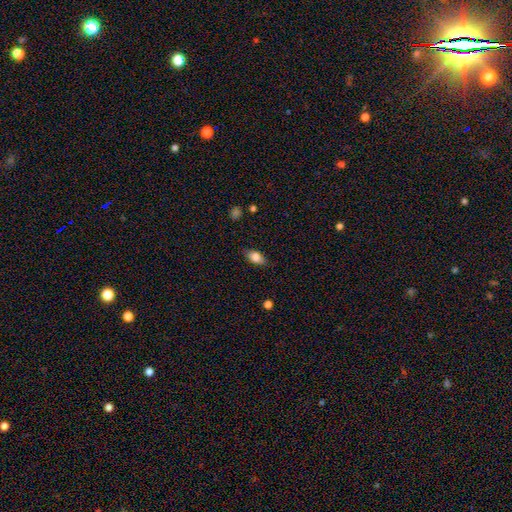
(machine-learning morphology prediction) Smooth or featured?
  - smooth: 80% *
  - featured or disk: 12%
  - star or artifact: 8%
How rounded?
  - in between: 86% *
  - cigar-shaped: 8%
  - round: 5%
Merging?
  - none: 83% *
  - minor disturbance: 13%
  - major disturbance: 3%
  - merger: 1%